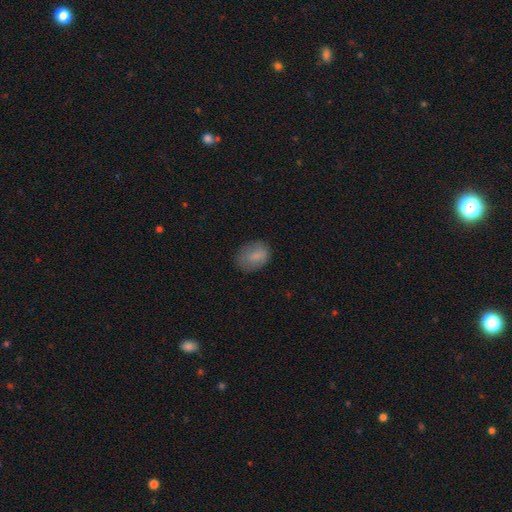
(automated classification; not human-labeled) smooth_or_featured: smooth (p=0.80) [alt: featured or disk p=0.12]
how_rounded: in between (p=0.69) [alt: round p=0.29]
merging: none (p=0.70) [alt: minor disturbance p=0.21]